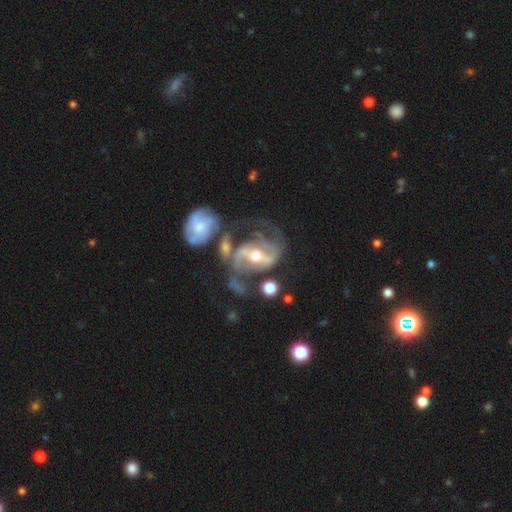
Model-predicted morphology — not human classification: smooth-or-featured: featured or disk: 86% | smooth: 8% | star or artifact: 6%
  disk-edge-on: no: 96% | yes: 4%
    bar: strong: 48% | weak: 33% | no: 19%
    has-spiral-arms: yes: 91% | no: 9%
      spiral-winding: medium: 48% | tight: 27% | loose: 25%
      spiral-arm-count: 2: 71% | can't tell: 12% | 3: 8% | 1: 4% | 4: 2% | more than 4: 2%
    bulge-size: moderate: 71% | small: 21% | large: 5% | none: 1% | dominant: 1%
  merging: none: 35% | merger: 27% | major disturbance: 21% | minor disturbance: 16%